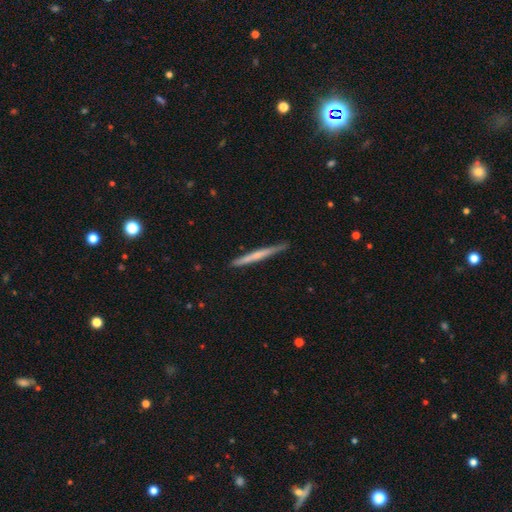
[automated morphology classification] featured or disk 49%, smooth 46%, star or artifact 5%. Down the decision tree: merging — none (90%).